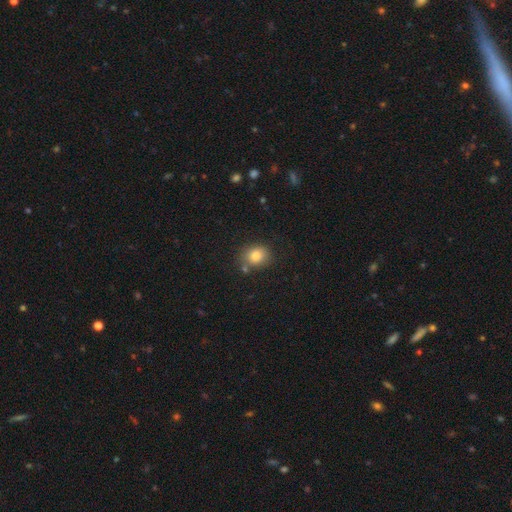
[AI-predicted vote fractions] This is clearly a smooth galaxy (81%). How rounded: possibly round (59%). Merging: likely none (72%).